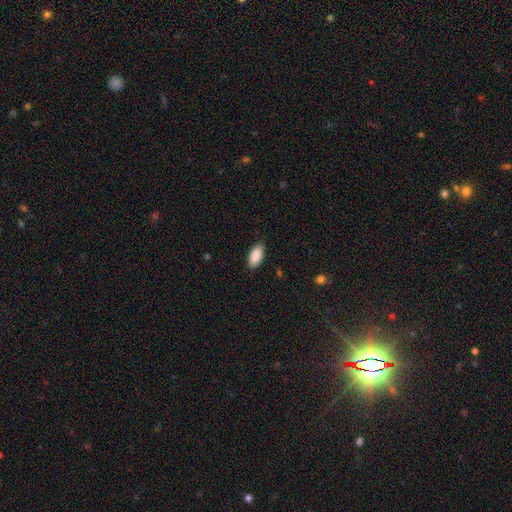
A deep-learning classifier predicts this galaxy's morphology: Smooth or featured?
  - smooth: 89% *
  - star or artifact: 6%
  - featured or disk: 4%
How rounded?
  - in between: 93% *
  - cigar-shaped: 5%
  - round: 2%
Merging?
  - none: 88% *
  - minor disturbance: 9%
  - major disturbance: 2%
  - merger: 1%